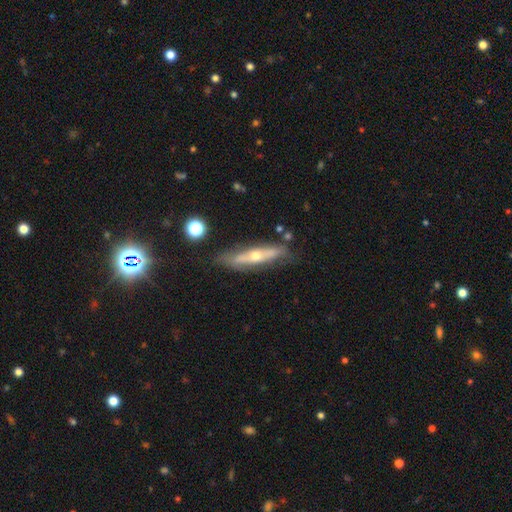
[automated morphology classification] A featured or disk galaxy (63%) viewed edge-on (69%). Merging: none (73%).